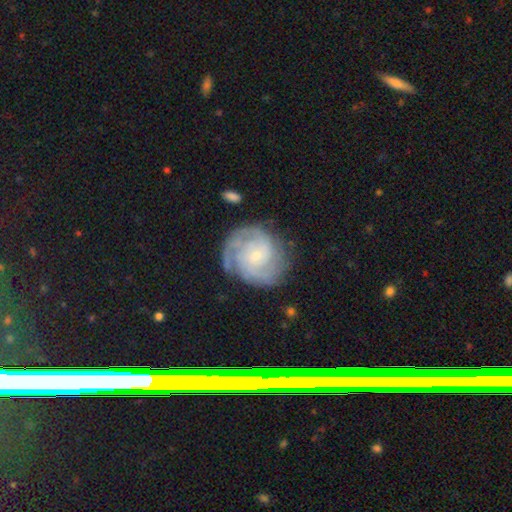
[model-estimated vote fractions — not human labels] The model was most divided on "spiral arm count": can't tell: 27%, 2: 26%, 3: 25%, 4: 11%, 1: 6%, more than 4: 6%. More confident: edge-on disk — no (98%); spiral arms — yes (96%); smooth or featured — featured or disk (83%); bulge size — small (76%); merging — none (75%); bar — no (68%); spiral winding — tight (66%).